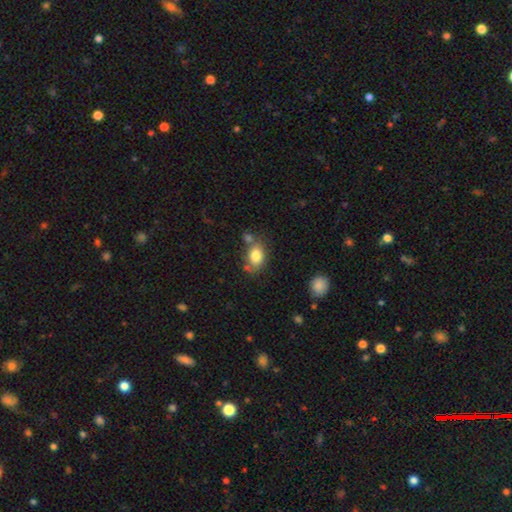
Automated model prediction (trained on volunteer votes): Smooth or featured: smooth — 82% (featured or disk — 10%)
How rounded: in between — 77% (round — 21%)
Merging: none — 59% (merger — 18%)